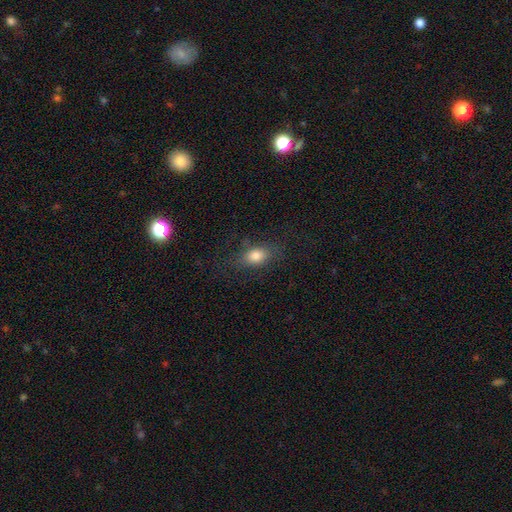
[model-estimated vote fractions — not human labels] A smooth galaxy with no disk features (79%) that is in between round and cigar-shaped (81%). Merging: none (74%).